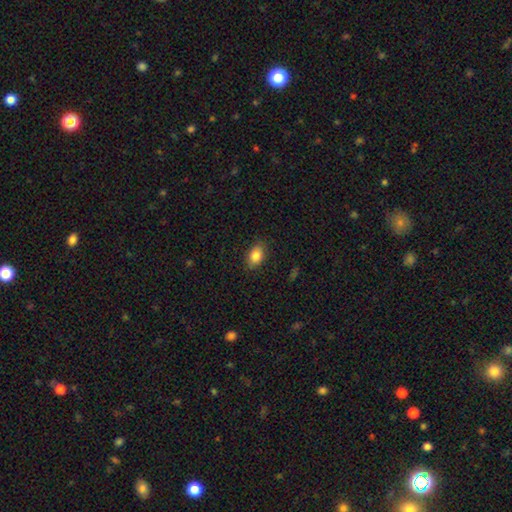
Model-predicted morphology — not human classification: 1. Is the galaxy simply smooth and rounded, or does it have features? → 85% smooth, 8% star or artifact, 7% featured or disk.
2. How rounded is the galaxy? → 83% in between, 15% round, 2% cigar-shaped.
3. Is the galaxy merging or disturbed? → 85% none, 11% minor disturbance, 3% major disturbance, 1% merger.